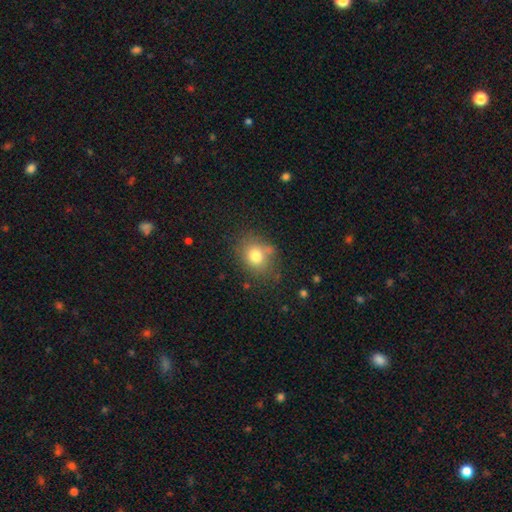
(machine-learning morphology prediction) smooth_or_featured: smooth (p=0.77) [alt: star or artifact p=0.12]
how_rounded: round (p=0.54) [alt: in between p=0.45]
merging: none (p=0.68) [alt: minor disturbance p=0.20]